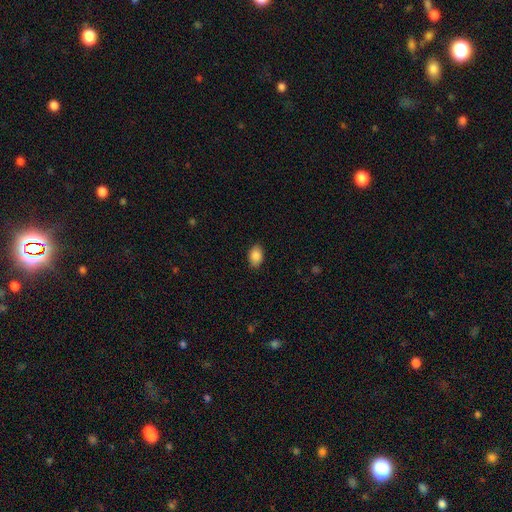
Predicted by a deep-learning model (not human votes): The model was most divided on "how rounded": in between: 87%, round: 12%, cigar-shaped: 1%. More confident: smooth or featured — smooth (88%); merging — none (87%).